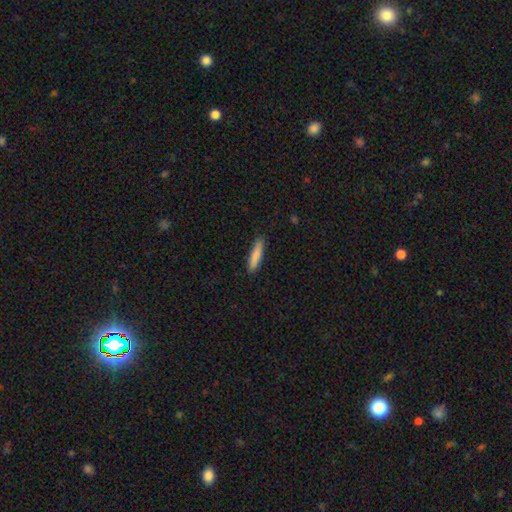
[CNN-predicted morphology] type=smooth (84%); roundness=cigar-shaped (86%); merging=none (87%).